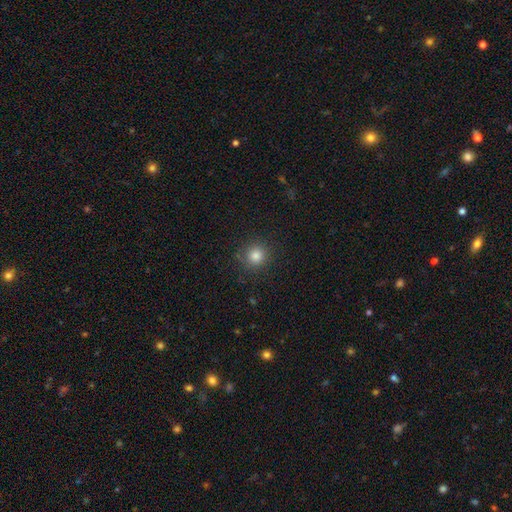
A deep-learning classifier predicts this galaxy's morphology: smooth-or-featured: smooth: 81% | star or artifact: 13% | featured or disk: 5%
  how-rounded: round: 92% | in between: 7% | cigar-shaped: 1%
  merging: none: 87% | minor disturbance: 9% | major disturbance: 3% | merger: 1%